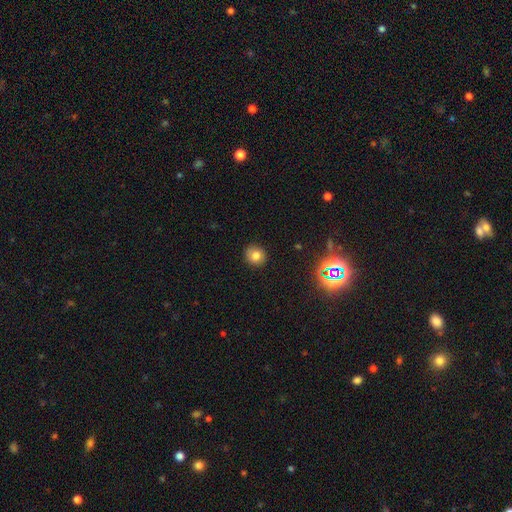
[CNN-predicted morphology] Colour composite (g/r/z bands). It shows a smooth galaxy with no disk features (76%) that is round (86%). Merging: none (88%).